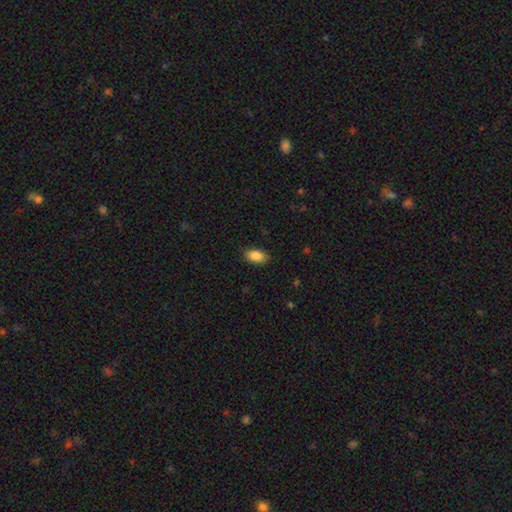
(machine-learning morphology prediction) smooth 89%, star or artifact 7%, featured or disk 4%. Down the decision tree: how rounded — in between (93%); merging — none (83%).